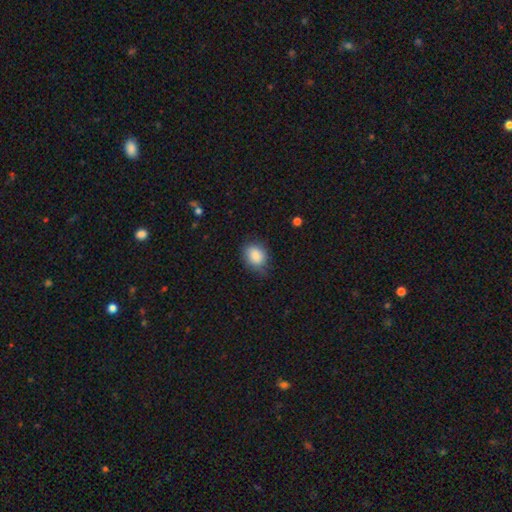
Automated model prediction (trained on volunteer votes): Q: Smooth or featured?
A: smooth (87%); runner-up: star or artifact (8%)
Q: How rounded?
A: in between (57%); runner-up: round (42%)
Q: Merging?
A: none (72%); runner-up: minor disturbance (22%)